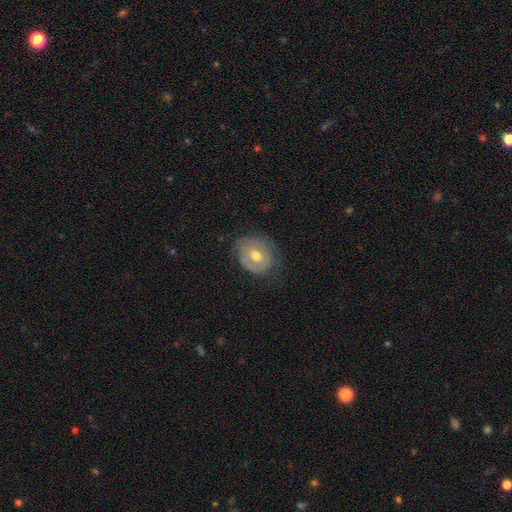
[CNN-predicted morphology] Smooth or featured? Predicted: featured or disk (p=0.55). Edge-on disk? Predicted: no (p=0.95). Bar? Predicted: no (p=0.73). Spiral arms? Predicted: no (p=0.52). Bulge size? Predicted: moderate (p=0.79). Merging? Predicted: none (p=0.59).